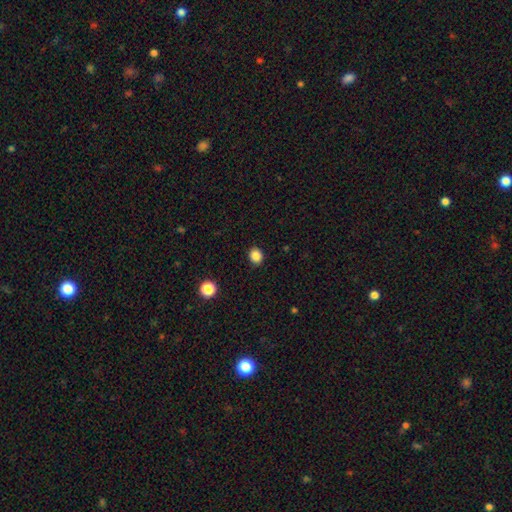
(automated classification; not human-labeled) This appears to be a smooth galaxy with no disk features (86%) that is round (69%). Merging: none (90%).